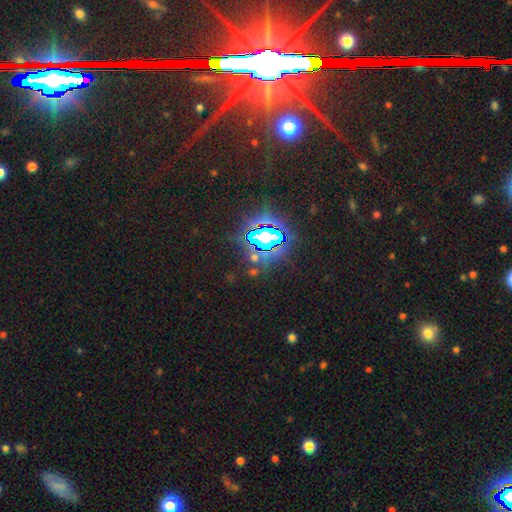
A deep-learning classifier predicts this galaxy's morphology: A star or artifact, not a galaxy (77%).

Vote fractions:
- Smooth or featured? star or artifact: 77% / smooth: 14% / featured or disk: 9%